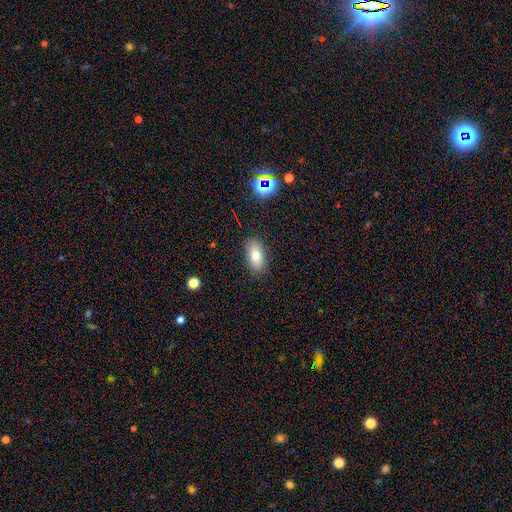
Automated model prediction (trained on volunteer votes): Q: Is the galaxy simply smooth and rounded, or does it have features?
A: smooth — 76%.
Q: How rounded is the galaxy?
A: in between — 88%.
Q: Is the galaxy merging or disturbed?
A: none — 86%.